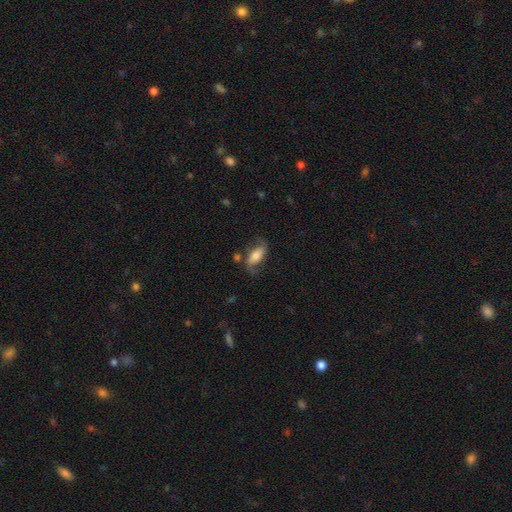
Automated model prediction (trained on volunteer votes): This appears to be a featured or disk galaxy (55%). Merging: none (62%).